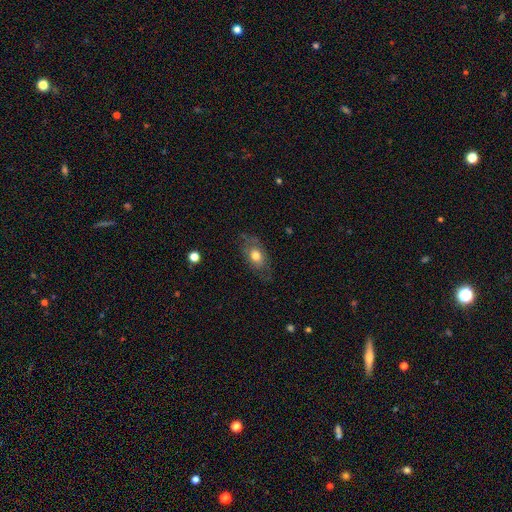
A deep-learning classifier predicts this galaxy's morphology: This is likely a smooth galaxy (64%). How rounded: clearly in between (84%). Merging: likely none (72%).